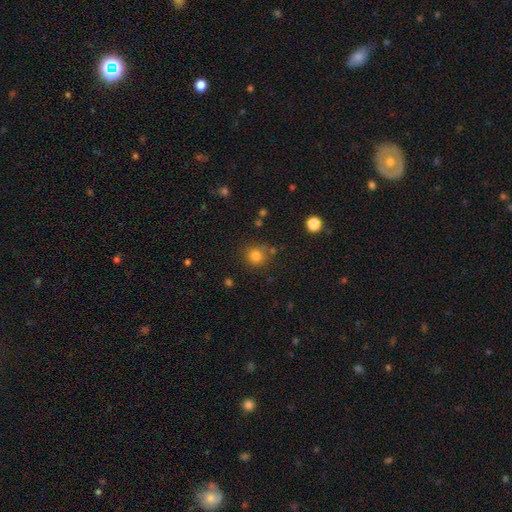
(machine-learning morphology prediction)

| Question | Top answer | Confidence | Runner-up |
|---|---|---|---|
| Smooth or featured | smooth | 80% | star or artifact (14%) |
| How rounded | round | 90% | in between (9%) |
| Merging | none | 77% | minor disturbance (12%) |